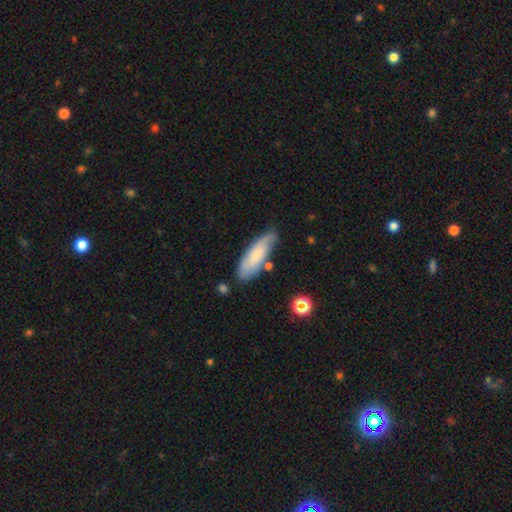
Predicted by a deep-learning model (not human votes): Q: Smooth or featured?
A: smooth (66%); runner-up: featured or disk (28%)
Q: How rounded?
A: in between (56%); runner-up: cigar-shaped (42%)
Q: Merging?
A: none (69%); runner-up: minor disturbance (22%)